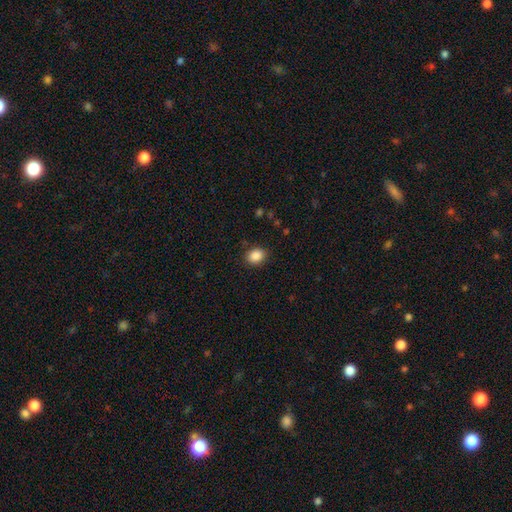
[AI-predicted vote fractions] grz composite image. It shows a smooth galaxy with no disk features (88%) that is in between round and cigar-shaped (53%). Merging: none (88%).